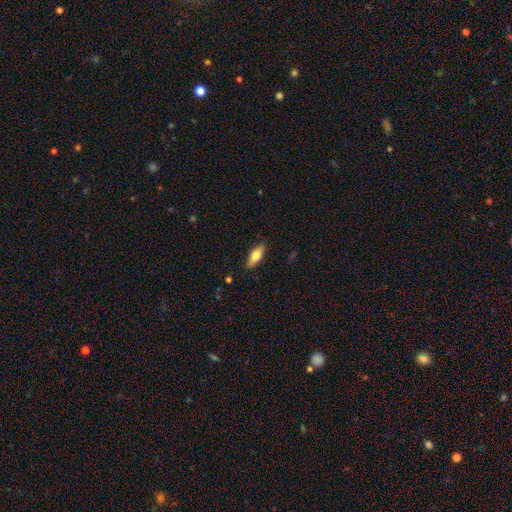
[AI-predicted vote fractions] smooth 68%, featured or disk 25%, star or artifact 6%. Down the decision tree: how rounded — in between (67%); merging — none (86%).